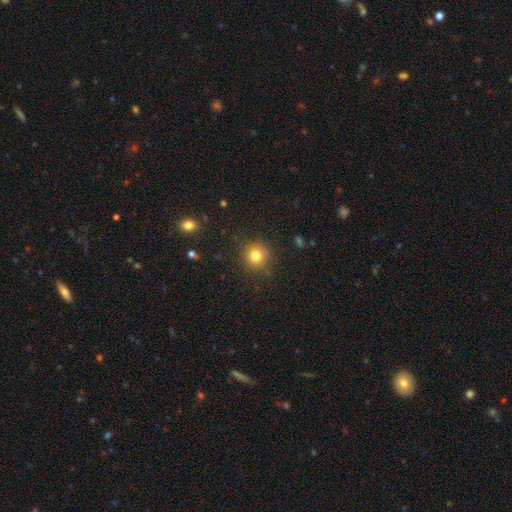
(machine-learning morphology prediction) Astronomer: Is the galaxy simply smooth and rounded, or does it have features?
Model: smooth — 79%.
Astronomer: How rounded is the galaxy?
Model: round — 92%.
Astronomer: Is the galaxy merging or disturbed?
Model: none — 87%.